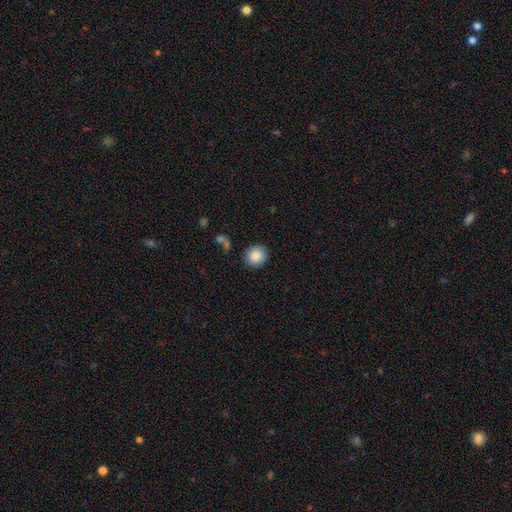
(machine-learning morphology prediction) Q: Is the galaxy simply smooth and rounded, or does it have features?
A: smooth — 87%.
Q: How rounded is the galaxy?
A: round — 83%.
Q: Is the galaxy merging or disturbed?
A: none — 86%.